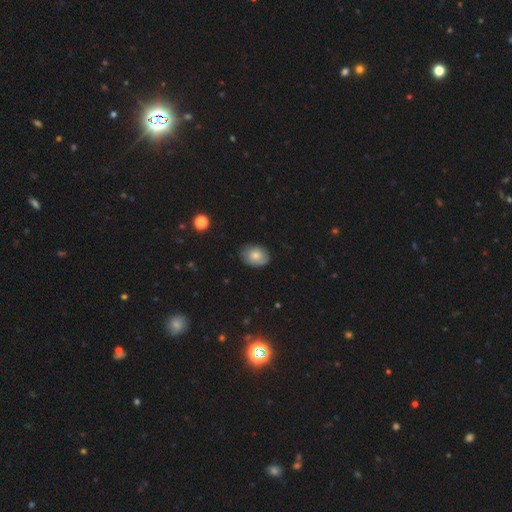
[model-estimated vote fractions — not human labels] The model was most divided on "how rounded": in between: 71%, round: 28%, cigar-shaped: 1%. More confident: merging — none (77%); smooth or featured — smooth (73%).